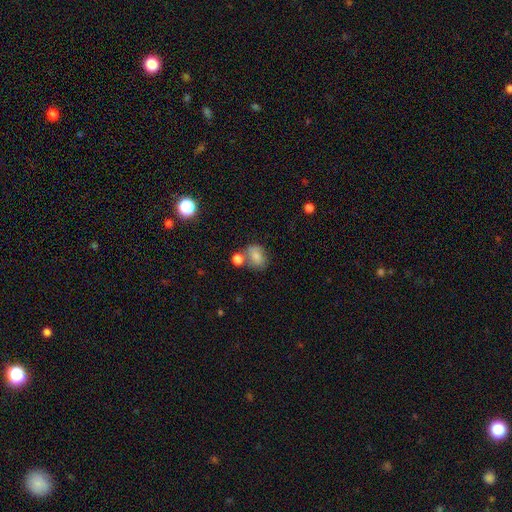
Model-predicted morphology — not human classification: Smooth or featured?
  - smooth: 76% *
  - featured or disk: 14%
  - star or artifact: 10%
How rounded?
  - in between: 56% *
  - round: 43%
  - cigar-shaped: 1%
Merging?
  - none: 46% *
  - merger: 29%
  - minor disturbance: 18%
  - major disturbance: 7%